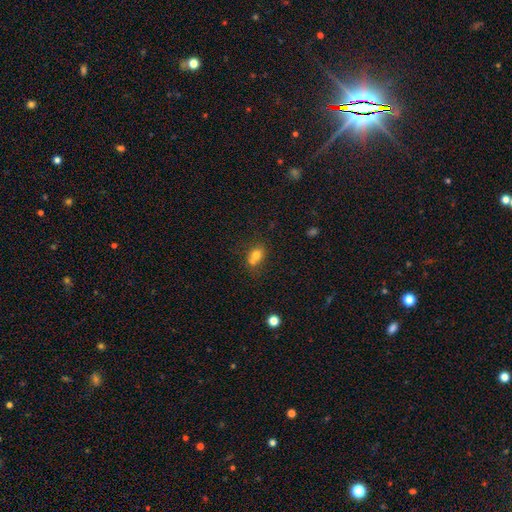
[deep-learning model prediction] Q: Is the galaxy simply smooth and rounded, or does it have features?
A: smooth — 72%.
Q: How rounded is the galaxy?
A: in between — 50%.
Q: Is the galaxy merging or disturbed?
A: merger — 48%.